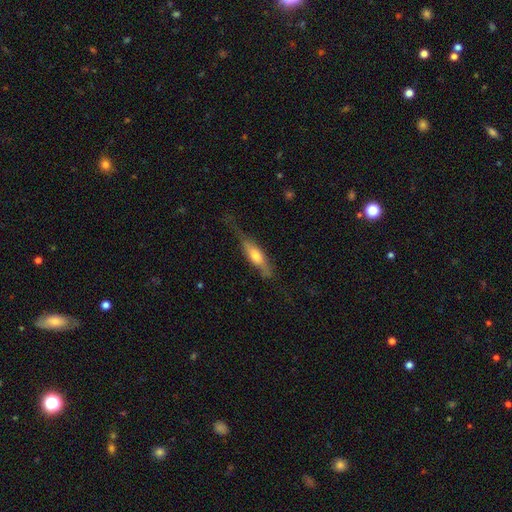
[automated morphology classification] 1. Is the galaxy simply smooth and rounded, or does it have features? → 51% smooth, 43% featured or disk, 6% star or artifact.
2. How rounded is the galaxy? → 57% cigar-shaped, 40% in between, 3% round.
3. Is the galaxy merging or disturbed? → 49% none, 30% minor disturbance, 19% major disturbance, 2% merger.